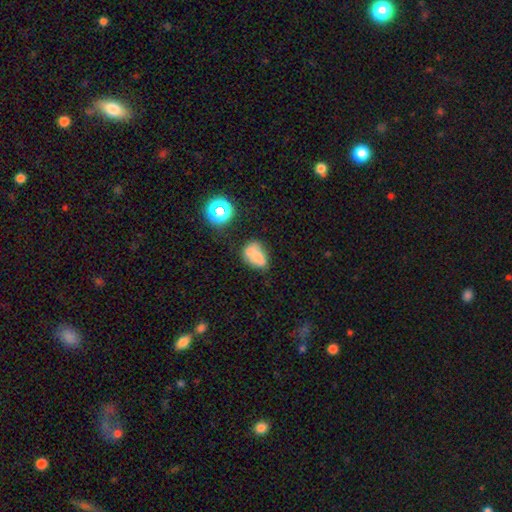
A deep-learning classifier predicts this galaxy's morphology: A smooth galaxy with no disk features (65%) that is in between round and cigar-shaped (78%).

Vote fractions:
- Smooth or featured? smooth: 65% / featured or disk: 23% / star or artifact: 13%
- How rounded? in between: 78% / round: 21% / cigar-shaped: 2%
- Merging? none: 34% / merger: 33% / minor disturbance: 21% / major disturbance: 12%